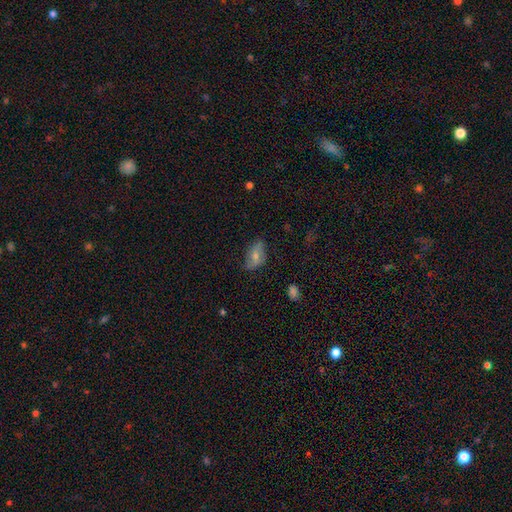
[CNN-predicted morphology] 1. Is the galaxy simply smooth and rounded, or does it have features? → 54% smooth, 37% featured or disk, 9% star or artifact.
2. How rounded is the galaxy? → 88% in between, 7% round, 5% cigar-shaped.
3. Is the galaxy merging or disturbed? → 64% none, 27% minor disturbance, 8% major disturbance, 2% merger.